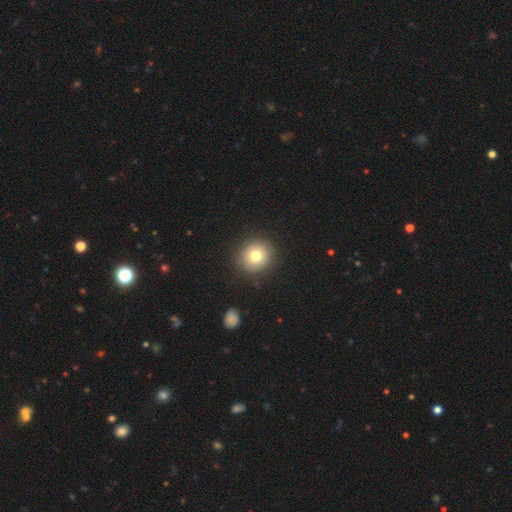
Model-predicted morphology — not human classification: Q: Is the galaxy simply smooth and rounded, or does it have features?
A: smooth — 76%.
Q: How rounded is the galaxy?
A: round — 86%.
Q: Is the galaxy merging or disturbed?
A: none — 89%.